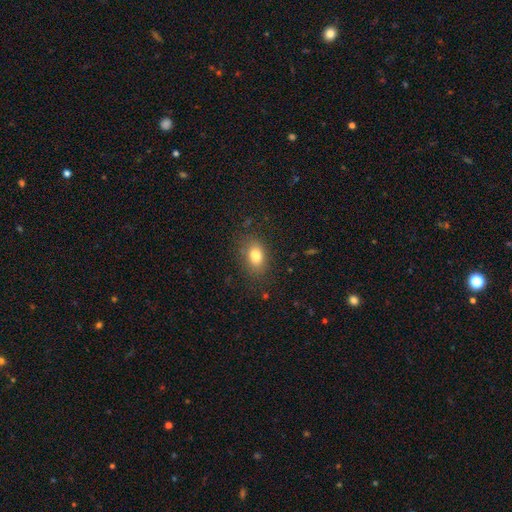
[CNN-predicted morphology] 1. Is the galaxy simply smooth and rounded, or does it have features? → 80% smooth, 10% featured or disk, 10% star or artifact.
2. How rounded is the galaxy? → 81% in between, 17% round, 2% cigar-shaped.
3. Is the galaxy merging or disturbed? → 79% none, 14% minor disturbance, 5% major disturbance, 1% merger.